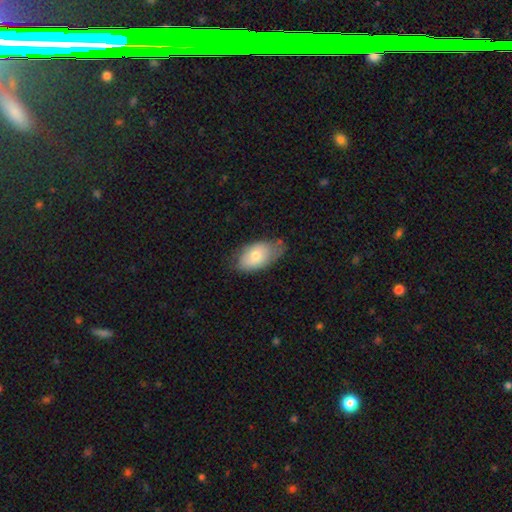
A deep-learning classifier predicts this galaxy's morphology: This appears to be a smooth galaxy with no disk features (73%) that is in between round and cigar-shaped (93%). Merging: none (57%).